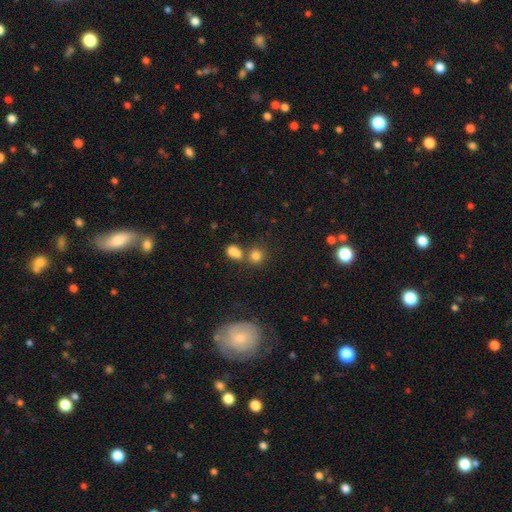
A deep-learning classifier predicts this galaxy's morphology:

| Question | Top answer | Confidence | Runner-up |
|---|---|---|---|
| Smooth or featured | smooth | 79% | star or artifact (13%) |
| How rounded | round | 80% | in between (19%) |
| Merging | none | 54% | merger (32%) |